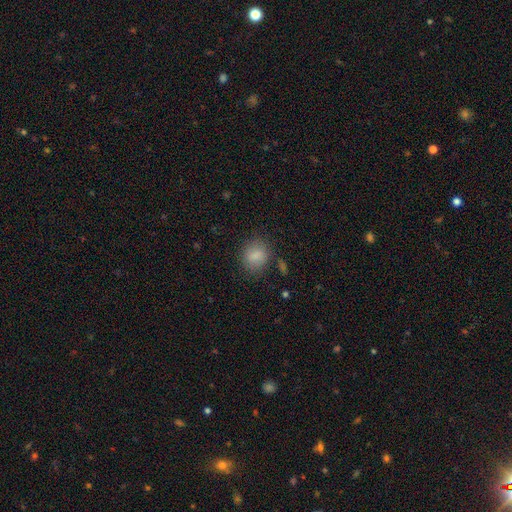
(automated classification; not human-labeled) This is clearly a smooth galaxy (84%). How rounded: likely round (66%). Merging: likely none (76%).